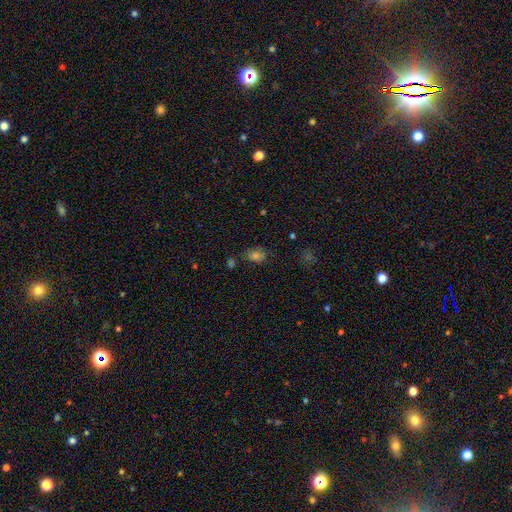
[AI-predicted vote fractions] Smooth or featured: smooth — 71% (star or artifact — 18%)
How rounded: in between — 80% (round — 18%)
Merging: none — 73% (minor disturbance — 17%)